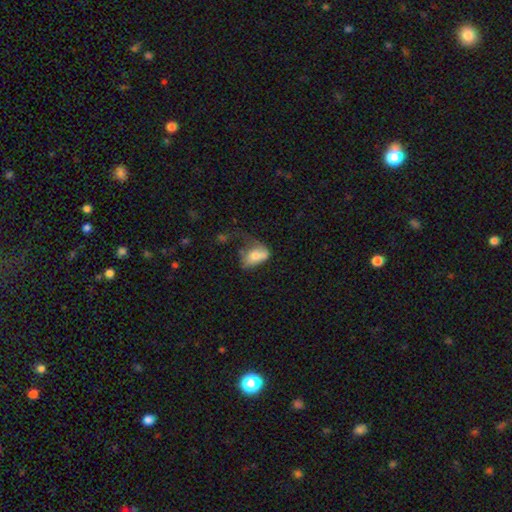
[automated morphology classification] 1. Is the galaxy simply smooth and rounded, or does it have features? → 65% smooth, 27% featured or disk, 8% star or artifact.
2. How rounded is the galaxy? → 87% in between, 10% round, 3% cigar-shaped.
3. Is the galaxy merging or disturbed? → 47% major disturbance, 23% minor disturbance, 19% none, 12% merger.